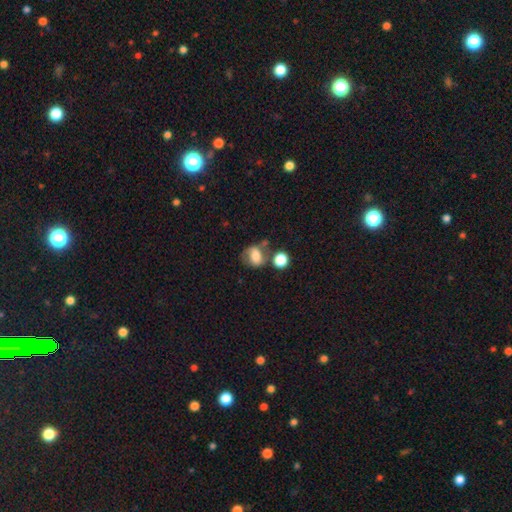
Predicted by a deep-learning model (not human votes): This appears to be a smooth galaxy with no disk features (64%) that is round (50%). Merging: none (45%).